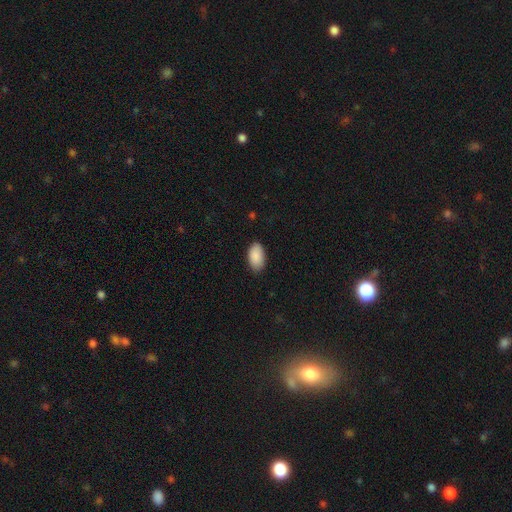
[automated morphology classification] Smooth or featured? smooth (90%)
How rounded? in between (95%)
Merging? none (83%)